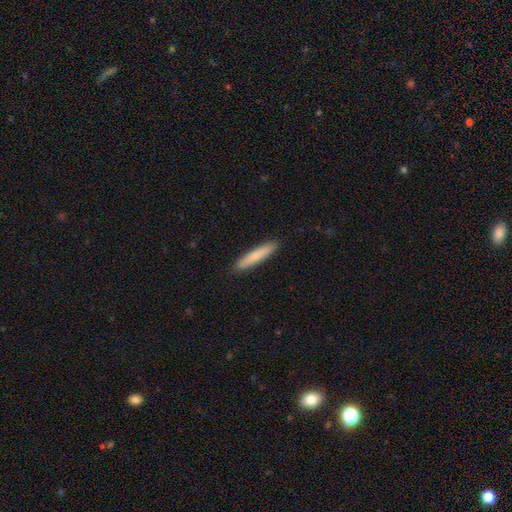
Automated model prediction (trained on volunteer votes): This is likely a smooth galaxy (79%). How rounded: clearly cigar-shaped (91%). Merging: clearly none (91%).